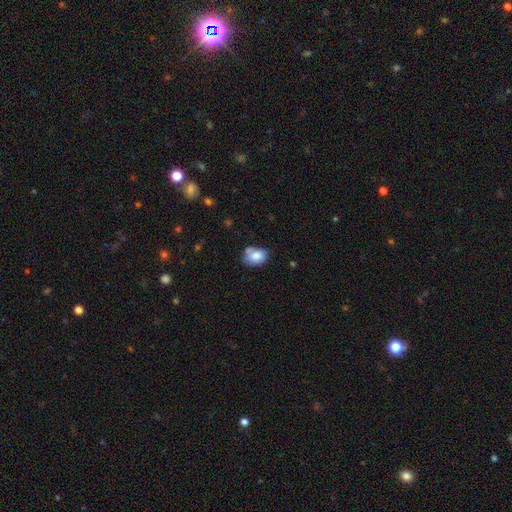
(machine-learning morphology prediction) Q: Smooth or featured?
A: smooth (79%); runner-up: featured or disk (12%)
Q: How rounded?
A: in between (75%); runner-up: round (24%)
Q: Merging?
A: none (48%); runner-up: minor disturbance (25%)